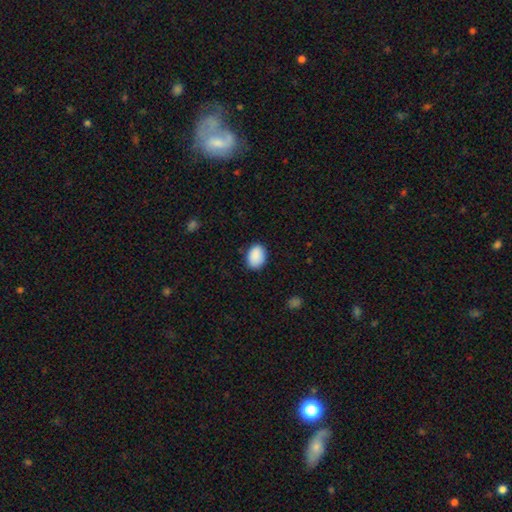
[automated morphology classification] Smooth or featured: smooth — 90% (star or artifact — 7%)
How rounded: in between — 74% (round — 25%)
Merging: none — 85% (minor disturbance — 11%)